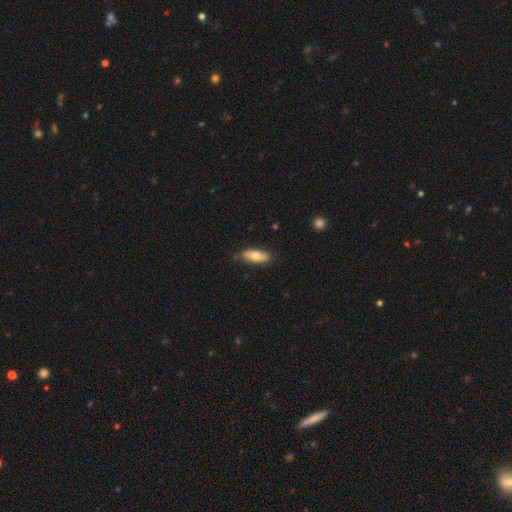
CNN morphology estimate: Smooth or featured: smooth — 70% (featured or disk — 24%)
How rounded: in between — 75% (cigar-shaped — 23%)
Merging: none — 81% (minor disturbance — 15%)